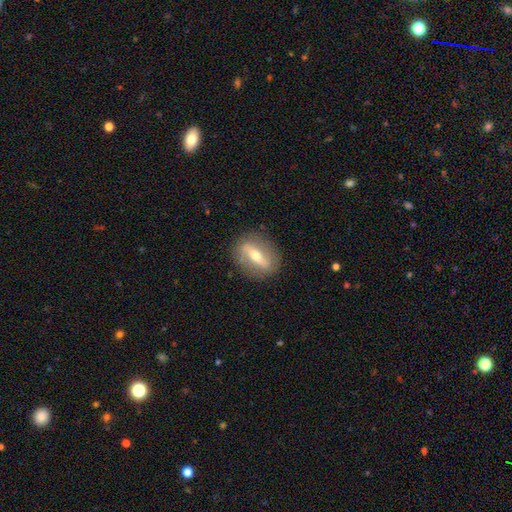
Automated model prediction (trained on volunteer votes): This appears to be a featured or disk galaxy (67%). Merging: none (85%).